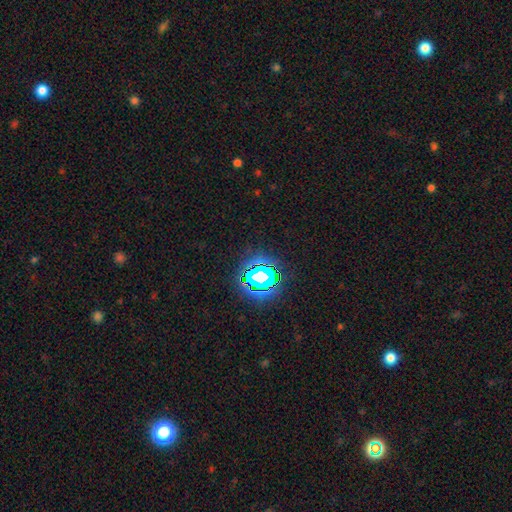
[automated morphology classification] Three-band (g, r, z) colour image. It shows a star or artifact, not a galaxy (80%).